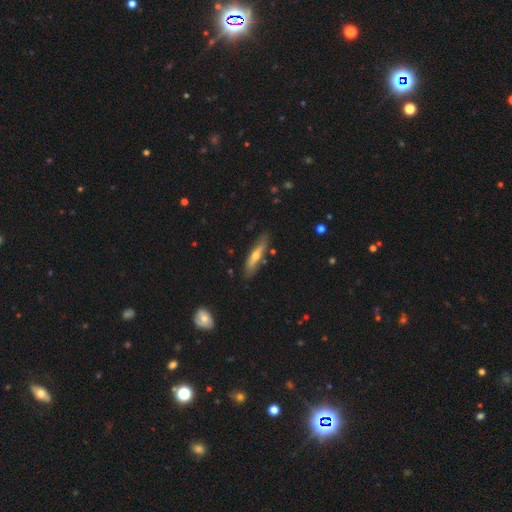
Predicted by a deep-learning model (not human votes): Morphology: type=featured or disk (51%); edge-on=yes (79%); merging=none (80%).